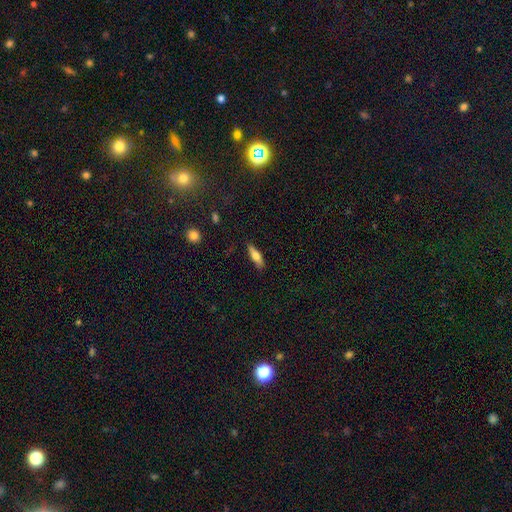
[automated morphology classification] A smooth galaxy with no disk features (59%) that is cigar-shaped (63%).

Vote fractions:
- Smooth or featured? smooth: 59% / featured or disk: 35% / star or artifact: 6%
- How rounded? cigar-shaped: 63% / in between: 35% / round: 2%
- Merging? none: 86% / minor disturbance: 10% / major disturbance: 2% / merger: 1%